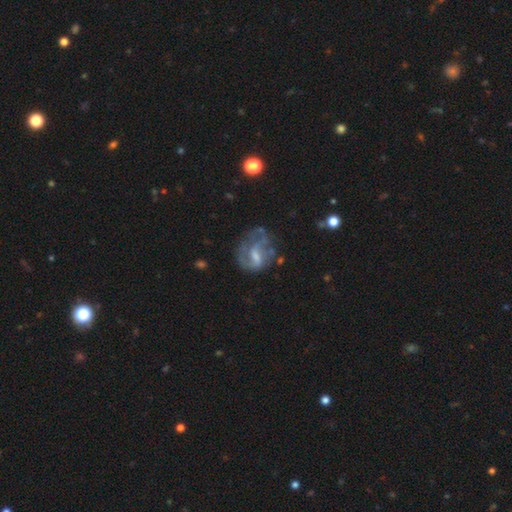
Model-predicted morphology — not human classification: This appears to be a featured or disk galaxy (66%) with a weak bar (50%), spiral arms (67%) and a moderate central bulge (37%). Merging: none (44%).